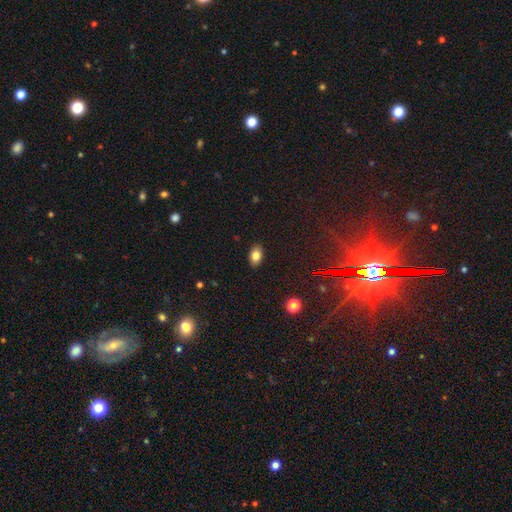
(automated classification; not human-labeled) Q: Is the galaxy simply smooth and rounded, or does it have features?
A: smooth — 81%.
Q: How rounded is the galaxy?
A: in between — 86%.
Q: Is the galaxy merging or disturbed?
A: none — 88%.